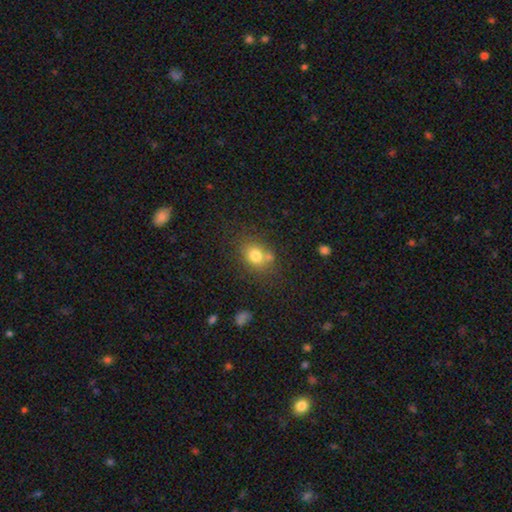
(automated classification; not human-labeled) smooth-or-featured: smooth: 77% | star or artifact: 12% | featured or disk: 11%
  how-rounded: round: 53% | in between: 46% | cigar-shaped: 1%
  merging: none: 65% | merger: 16% | minor disturbance: 14% | major disturbance: 5%